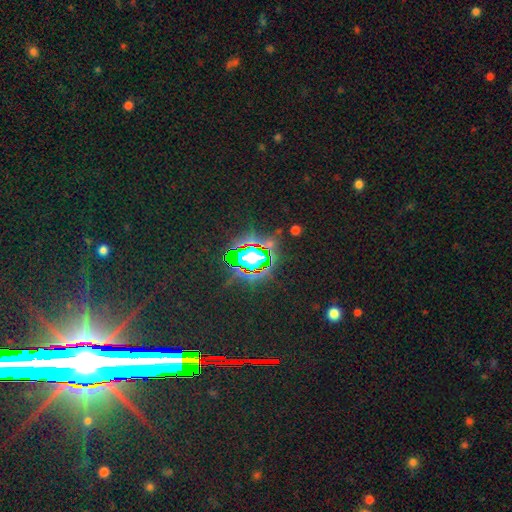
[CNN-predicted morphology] smooth-or-featured: star or artifact: 76% | smooth: 14% | featured or disk: 10%